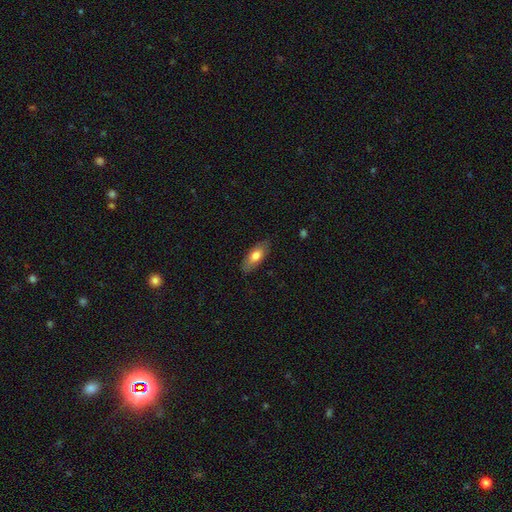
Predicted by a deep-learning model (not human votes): The model was most divided on "smooth or featured": smooth: 72%, featured or disk: 22%, star or artifact: 6%. More confident: merging — none (84%); how rounded — in between (82%).